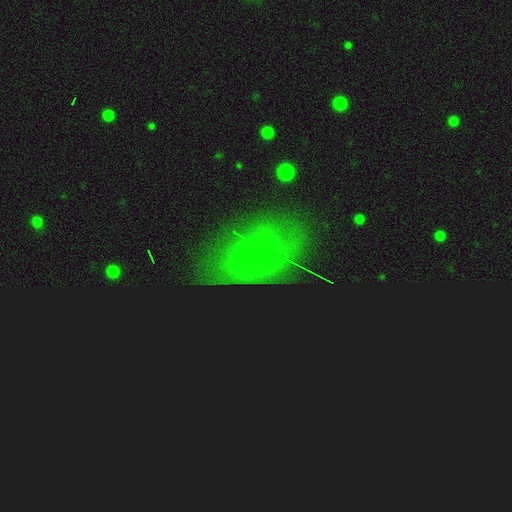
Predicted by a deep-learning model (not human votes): Overall: featured or disk (39%; smooth 33%). Merging: none (54%; minor disturbance 23%).